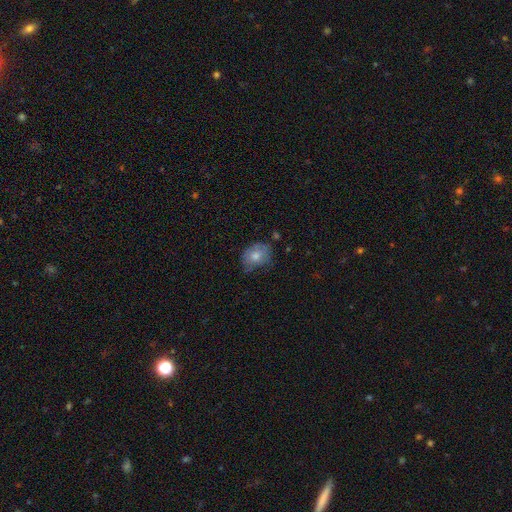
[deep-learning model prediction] This appears to be a smooth galaxy with no disk features (62%) that is in between round and cigar-shaped (56%). Merging: none (57%).